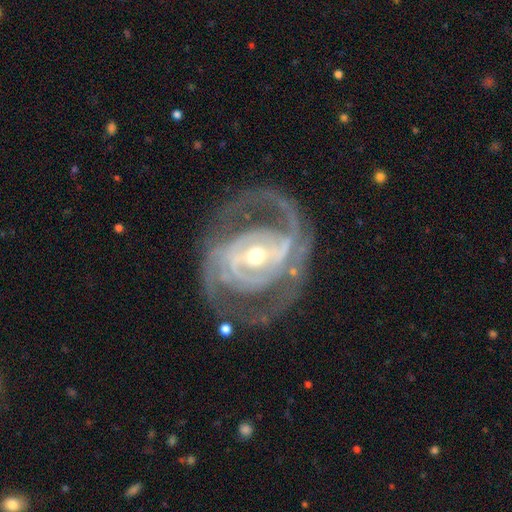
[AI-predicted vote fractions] Q: Smooth or featured?
A: featured or disk (90%); runner-up: star or artifact (5%)
Q: Edge-on disk?
A: no (97%); runner-up: yes (3%)
Q: Bar?
A: weak (38%); runner-up: strong (36%)
Q: Spiral arms?
A: yes (94%); runner-up: no (6%)
Q: Spiral winding?
A: medium (43%); tied with: tight (43%)
Q: Spiral arm count?
A: 2 (57%); runner-up: 3 (15%)
Q: Bulge size?
A: moderate (55%); runner-up: small (39%)
Q: Merging?
A: none (67%); runner-up: minor disturbance (16%)